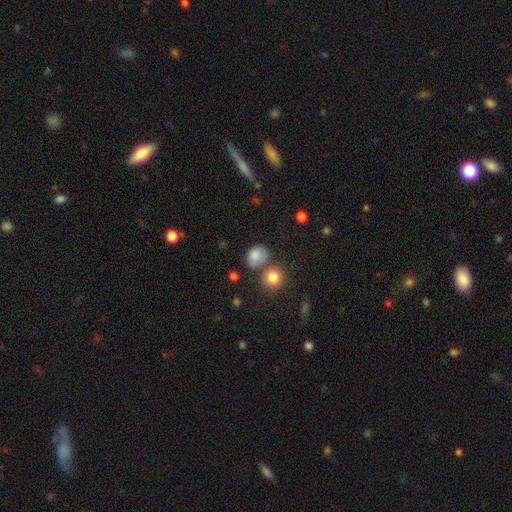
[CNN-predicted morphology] This is clearly a smooth galaxy (81%). How rounded: possibly round (58%). Merging: possibly none (53%).